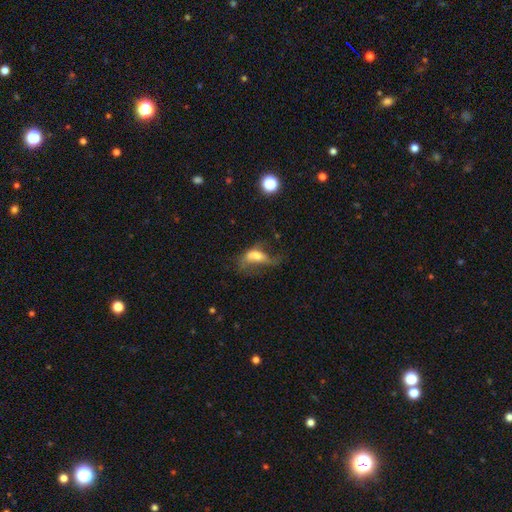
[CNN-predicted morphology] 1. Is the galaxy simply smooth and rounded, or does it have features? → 46% smooth, 42% featured or disk, 12% star or artifact.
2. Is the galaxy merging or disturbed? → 50% major disturbance, 25% none, 19% minor disturbance, 6% merger.